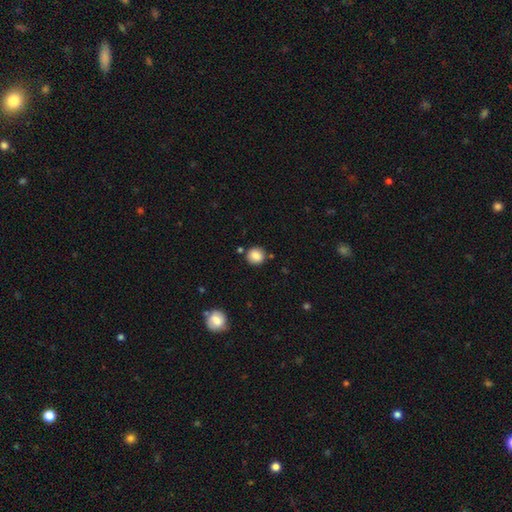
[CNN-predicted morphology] Overall: smooth (86%). How rounded: round (90%). Merging: none (82%).